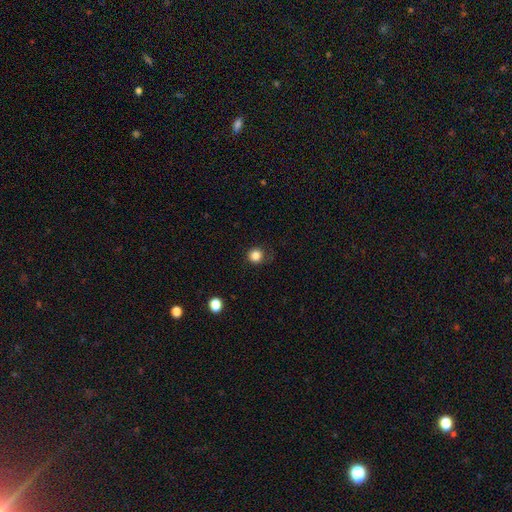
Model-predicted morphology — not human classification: Smooth or featured: smooth — 84% (star or artifact — 12%)
How rounded: round — 91% (in between — 8%)
Merging: none — 78% (minor disturbance — 15%)